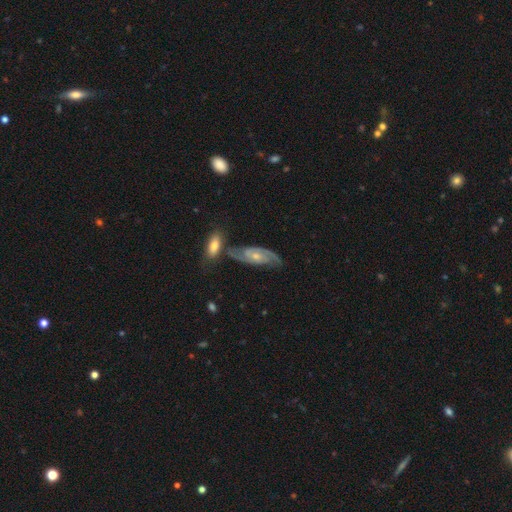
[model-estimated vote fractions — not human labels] Smooth or featured? featured or disk (84%)
Edge-on disk? no (93%)
Bar? no (58%)
Spiral arms? yes (96%)
Spiral winding? medium (49%)
Spiral arm count? 2 (86%)
Bulge size? small (55%)
Merging? none (65%)